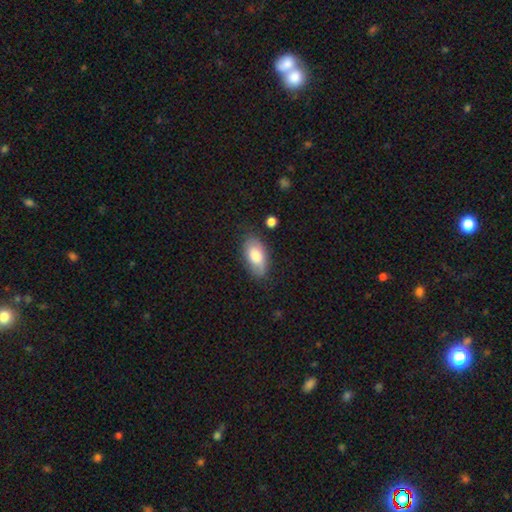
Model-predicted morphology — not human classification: smooth-or-featured: smooth: 77% | featured or disk: 16% | star or artifact: 6%
  how-rounded: in between: 93% | cigar-shaped: 4% | round: 3%
  merging: none: 74% | minor disturbance: 20% | major disturbance: 5% | merger: 2%